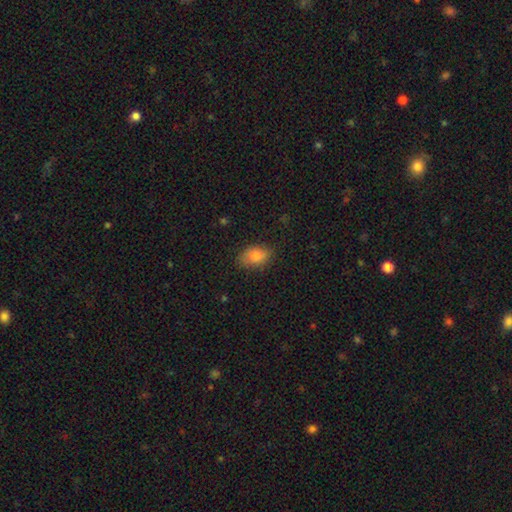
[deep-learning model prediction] Smooth or featured? Predicted: smooth (p=0.82). How rounded? Predicted: in between (p=0.86). Merging? Predicted: none (p=0.82).